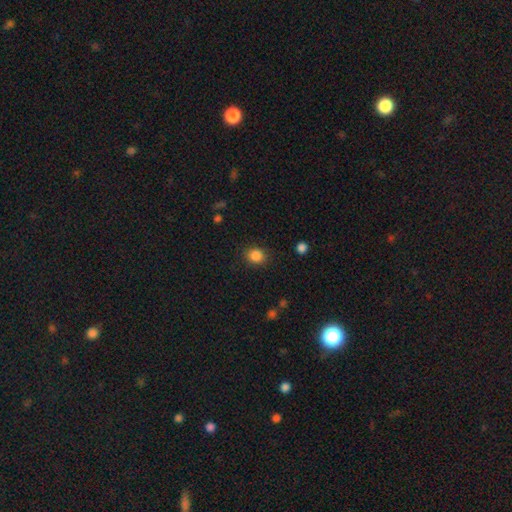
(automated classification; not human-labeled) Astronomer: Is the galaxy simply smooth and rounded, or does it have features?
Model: smooth — 86%.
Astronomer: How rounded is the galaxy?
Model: round — 70%.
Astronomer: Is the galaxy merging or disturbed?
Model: none — 86%.